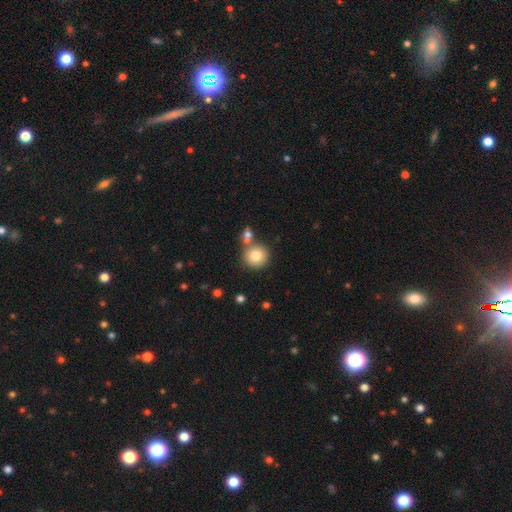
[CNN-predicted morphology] Smooth or featured? Predicted: smooth (p=0.80). How rounded? Predicted: round (p=0.91). Merging? Predicted: none (p=0.63).